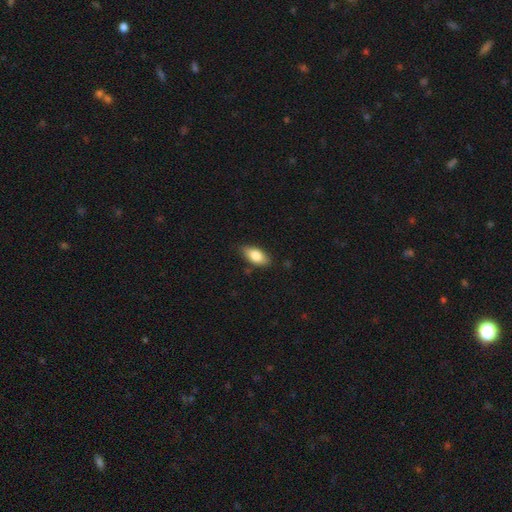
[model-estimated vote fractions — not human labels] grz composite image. It shows a smooth galaxy with no disk features (80%) that is in between round and cigar-shaped (87%). Merging: none (78%).